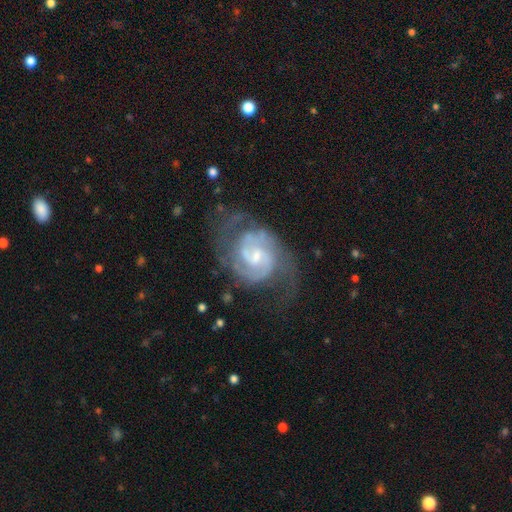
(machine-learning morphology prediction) Smooth or featured? featured or disk (88%)
Edge-on disk? no (98%)
Bar? weak (56%)
Spiral arms? yes (97%)
Spiral winding? medium (47%)
Spiral arm count? 2 (76%)
Bulge size? small (54%)
Merging? none (59%)